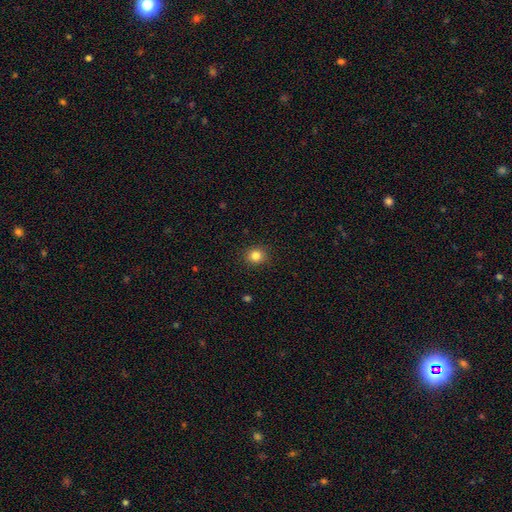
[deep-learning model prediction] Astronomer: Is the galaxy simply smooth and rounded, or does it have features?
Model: smooth — 84%.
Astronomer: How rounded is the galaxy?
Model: round — 83%.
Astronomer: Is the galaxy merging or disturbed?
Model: none — 90%.